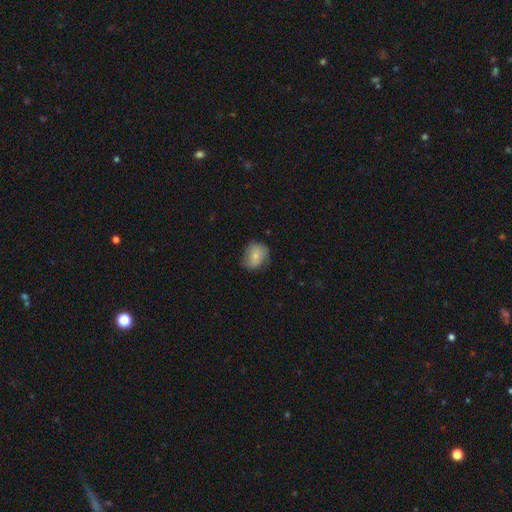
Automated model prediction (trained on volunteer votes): A smooth galaxy with no disk features (73%) that is round (53%). Merging: none (66%).